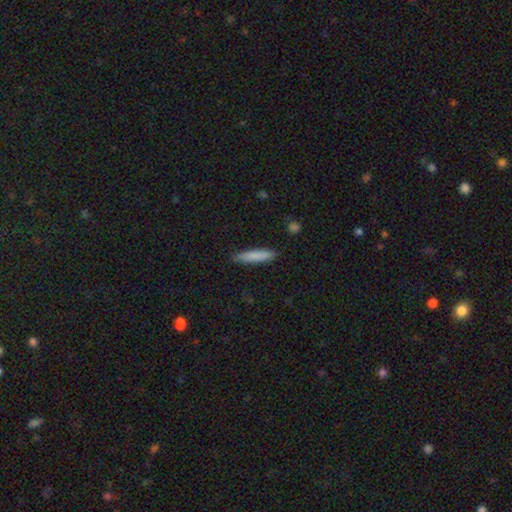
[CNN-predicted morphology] Smooth or featured?
  - smooth: 83% *
  - featured or disk: 11%
  - star or artifact: 6%
How rounded?
  - cigar-shaped: 87% *
  - in between: 11%
  - round: 1%
Merging?
  - none: 88% *
  - minor disturbance: 9%
  - major disturbance: 2%
  - merger: 1%